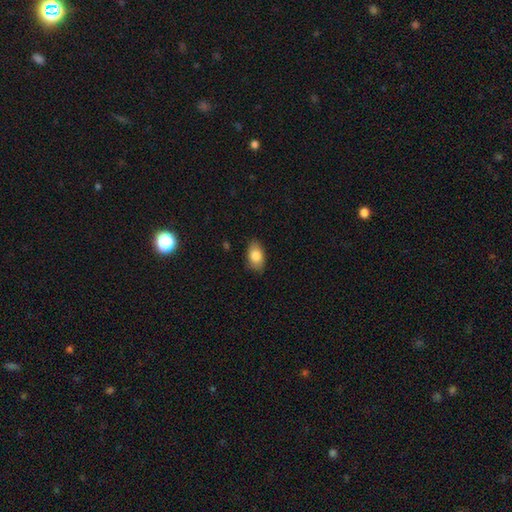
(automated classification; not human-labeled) Smooth or featured: smooth — 82% (featured or disk — 11%)
How rounded: in between — 90% (round — 8%)
Merging: none — 83% (minor disturbance — 13%)